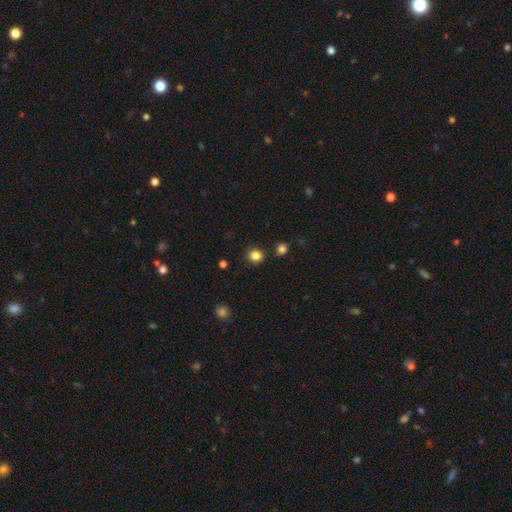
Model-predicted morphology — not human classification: smooth_or_featured: smooth (p=0.83) [alt: star or artifact p=0.13]
how_rounded: round (p=0.89) [alt: in between p=0.10]
merging: none (p=0.88) [alt: minor disturbance p=0.06]